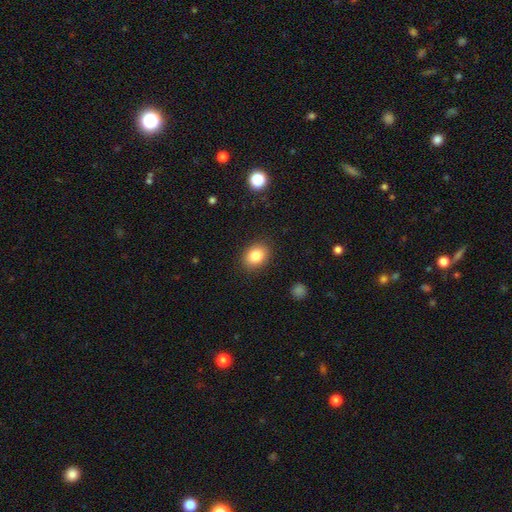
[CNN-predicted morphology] A smooth galaxy with no disk features (84%) that is in between round and cigar-shaped (60%). Merging: none (88%).